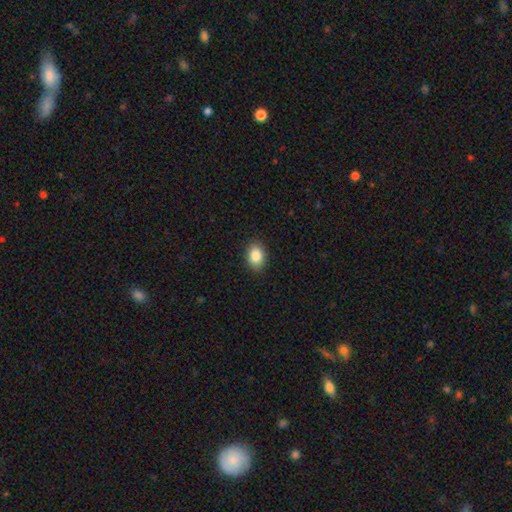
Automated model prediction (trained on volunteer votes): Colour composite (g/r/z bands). It shows a smooth galaxy with no disk features (87%) that is in between round and cigar-shaped (76%). Merging: none (88%).